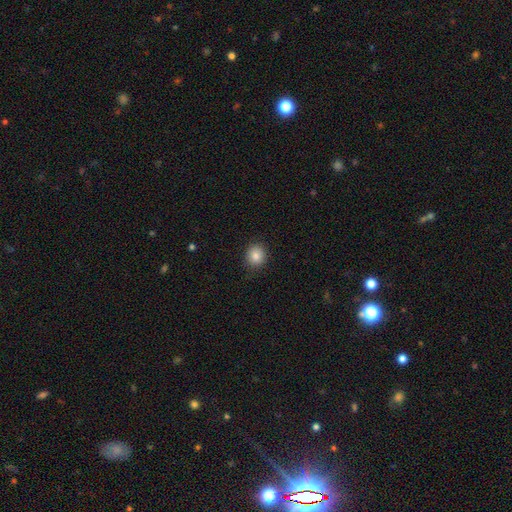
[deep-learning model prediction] This appears to be a smooth galaxy with no disk features (84%) that is round (78%). Merging: none (87%).